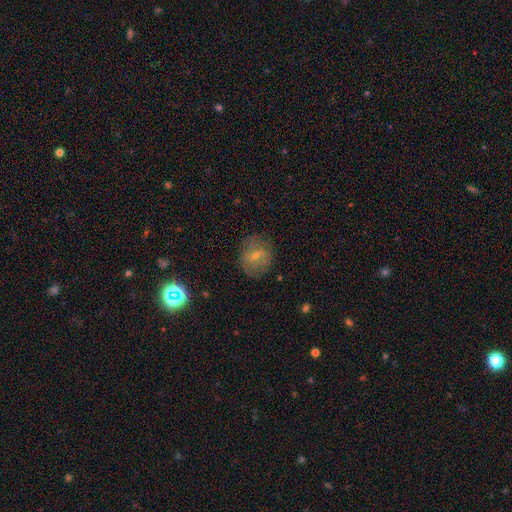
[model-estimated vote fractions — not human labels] smooth-or-featured: smooth: 48% | featured or disk: 33% | star or artifact: 19%
  merging: none: 80% | minor disturbance: 14% | major disturbance: 5% | merger: 1%